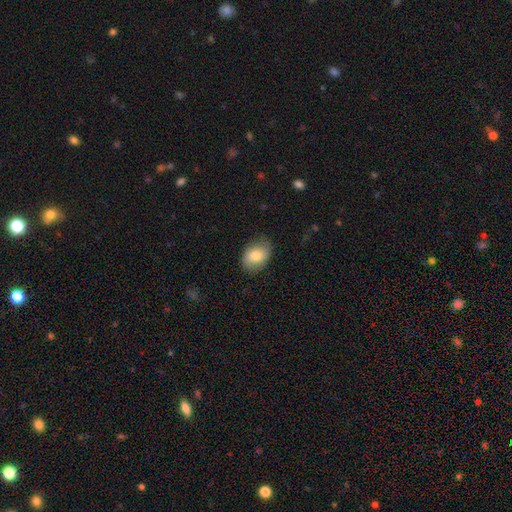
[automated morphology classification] Smooth or featured: smooth — 77% (featured or disk — 16%)
How rounded: in between — 79% (round — 20%)
Merging: none — 80% (minor disturbance — 15%)